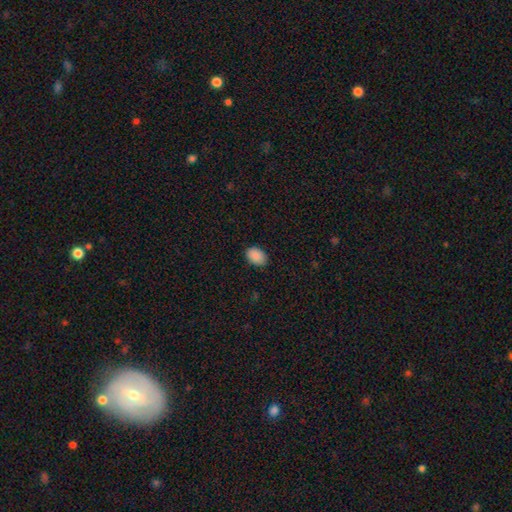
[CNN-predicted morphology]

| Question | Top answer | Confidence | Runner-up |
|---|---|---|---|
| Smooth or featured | smooth | 90% | star or artifact (8%) |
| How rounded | in between | 79% | round (20%) |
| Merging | none | 86% | minor disturbance (11%) |